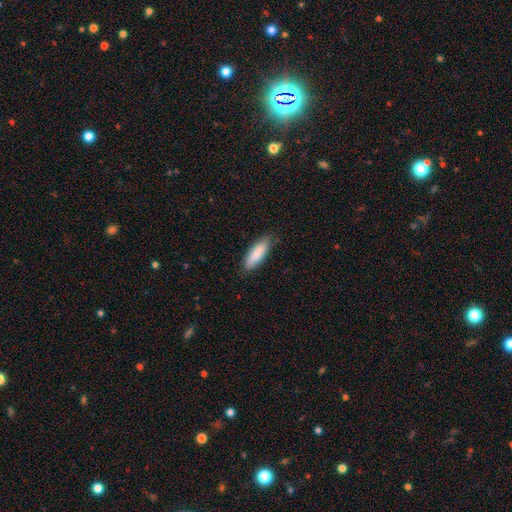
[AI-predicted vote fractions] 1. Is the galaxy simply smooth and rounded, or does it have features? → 87% smooth, 8% featured or disk, 5% star or artifact.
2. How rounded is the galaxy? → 52% in between, 46% cigar-shaped, 1% round.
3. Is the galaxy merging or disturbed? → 83% none, 13% minor disturbance, 2% major disturbance, 1% merger.